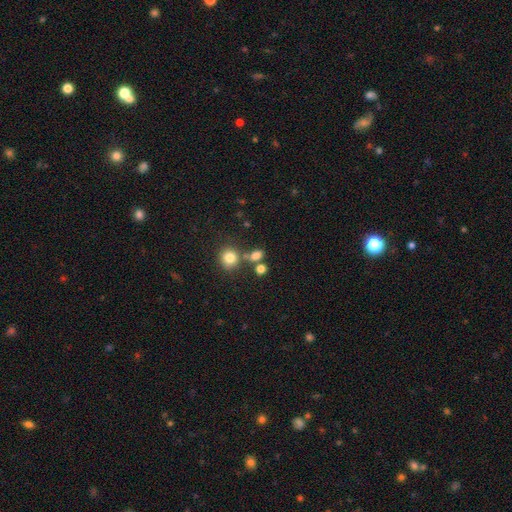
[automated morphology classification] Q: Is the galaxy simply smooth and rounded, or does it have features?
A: smooth — 77%.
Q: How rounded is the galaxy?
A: in between — 57%.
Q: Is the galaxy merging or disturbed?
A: none — 59%.